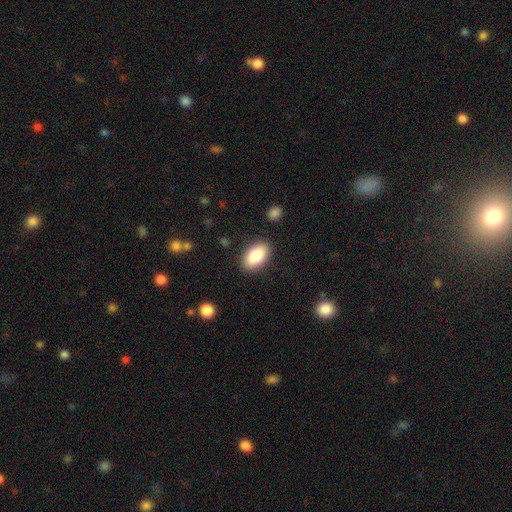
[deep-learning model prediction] smooth_or_featured: smooth (p=0.85) [alt: featured or disk p=0.08]
how_rounded: in between (p=0.94) [alt: round p=0.05]
merging: none (p=0.88) [alt: minor disturbance p=0.09]